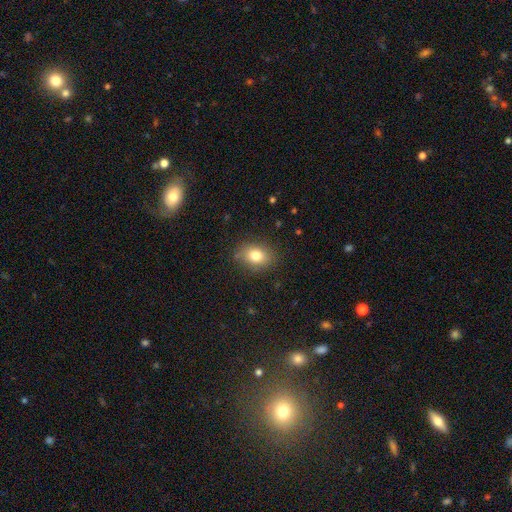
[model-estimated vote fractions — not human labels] The model was most divided on "how rounded": in between: 65%, round: 33%, cigar-shaped: 1%. More confident: merging — none (84%); smooth or featured — smooth (79%).